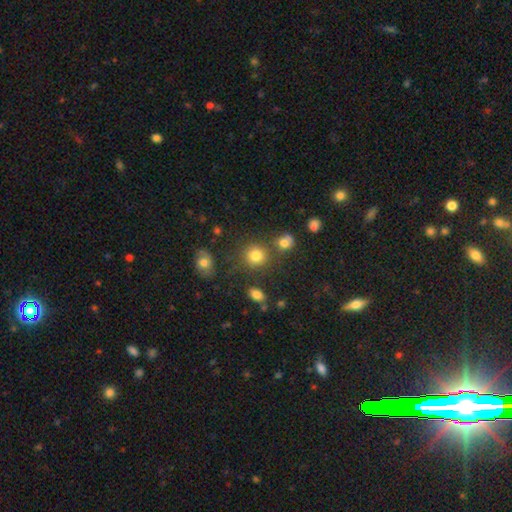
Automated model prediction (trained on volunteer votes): The model was most divided on "merging": none: 74%, minor disturbance: 11%, merger: 11%, major disturbance: 5%. More confident: how rounded — round (87%); smooth or featured — smooth (78%).